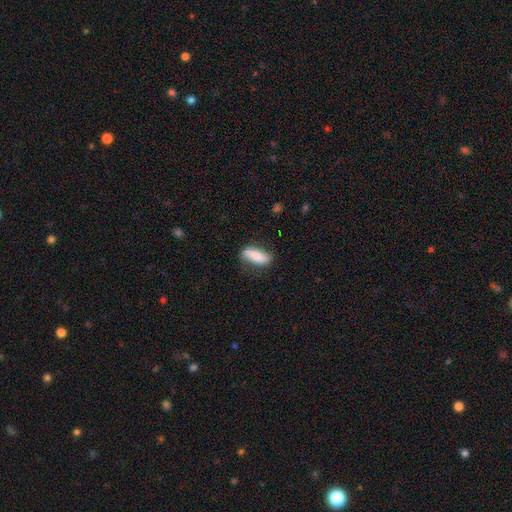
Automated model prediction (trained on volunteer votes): Smooth or featured? smooth (70%)
How rounded? in between (64%)
Merging? none (69%)